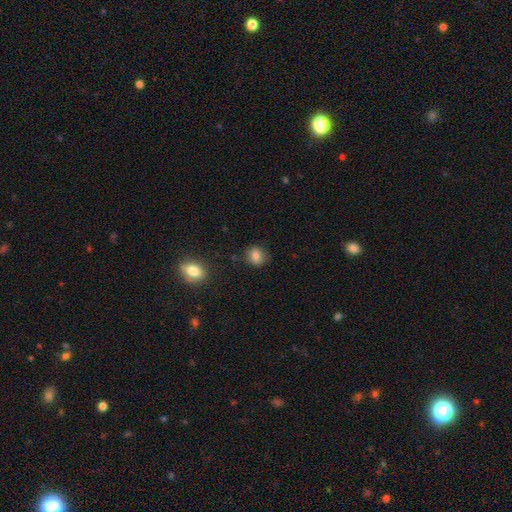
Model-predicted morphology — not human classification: The model was most divided on "how rounded": round: 59%, in between: 39%, cigar-shaped: 1%. More confident: smooth or featured — smooth (83%); merging — none (81%).